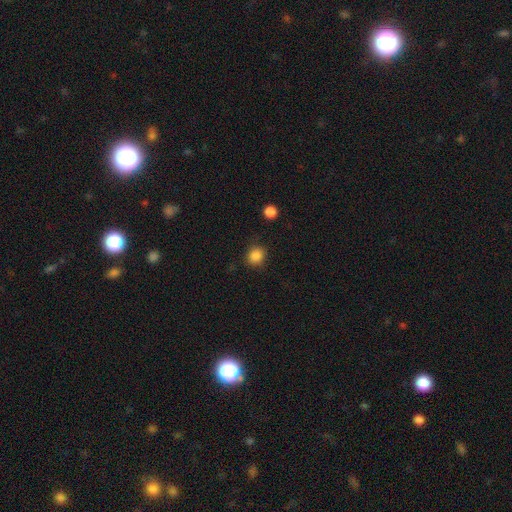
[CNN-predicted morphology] Smooth or featured: smooth — 86% (star or artifact — 11%)
How rounded: round — 80% (in between — 19%)
Merging: none — 86% (minor disturbance — 9%)